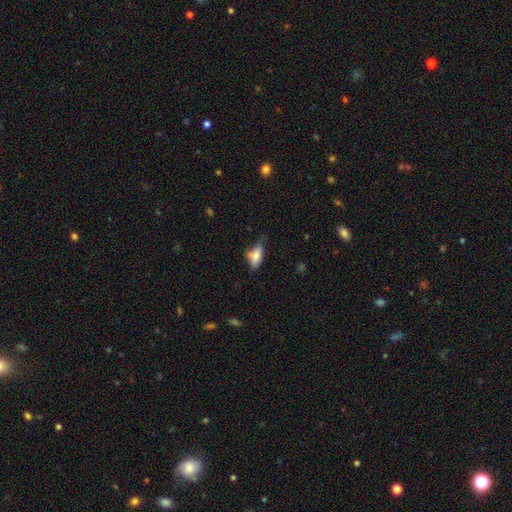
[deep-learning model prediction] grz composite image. It shows a smooth galaxy with no disk features (72%) that is in between round and cigar-shaped (79%). Merging: none (42%).